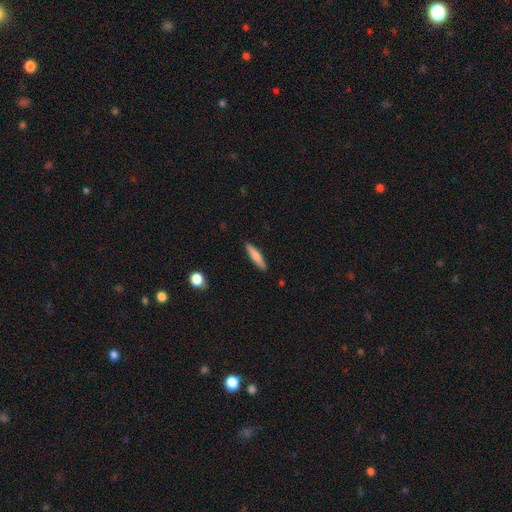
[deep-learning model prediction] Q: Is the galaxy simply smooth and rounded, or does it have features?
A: smooth — 73%.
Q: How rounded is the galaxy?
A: cigar-shaped — 88%.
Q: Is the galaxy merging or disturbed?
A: none — 89%.